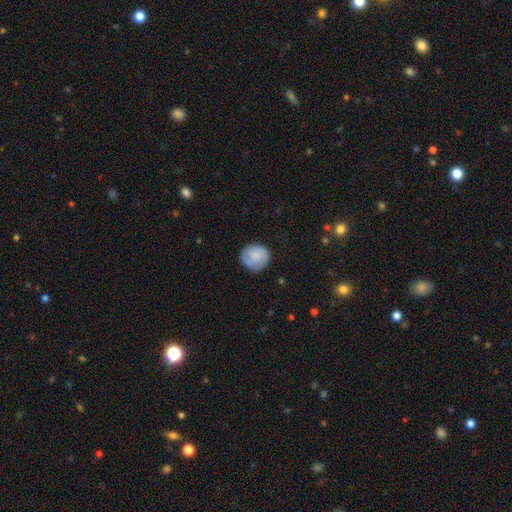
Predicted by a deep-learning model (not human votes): smooth 77%, featured or disk 16%, star or artifact 7%. Down the decision tree: how rounded — round (88%); merging — none (79%).